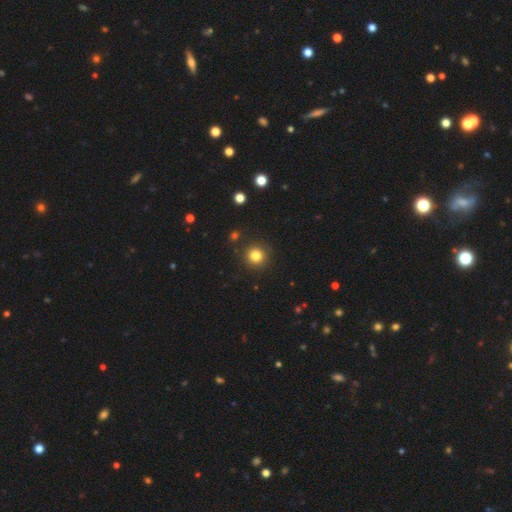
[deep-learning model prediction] This is clearly a smooth galaxy (82%). How rounded: clearly round (94%). Merging: clearly none (89%).